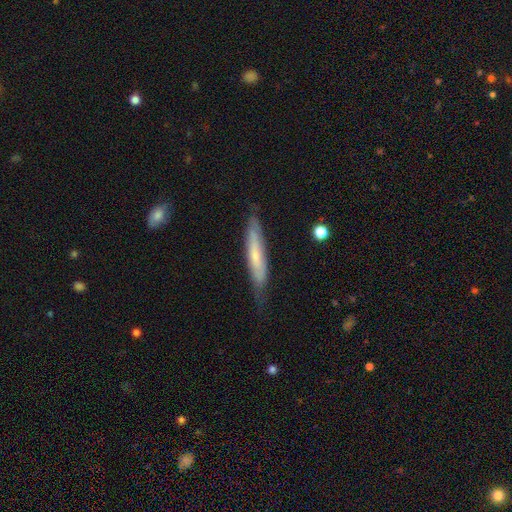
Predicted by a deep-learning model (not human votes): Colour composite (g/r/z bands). It shows a smooth galaxy with no disk features (53%) that is cigar-shaped (88%). Merging: none (67%).